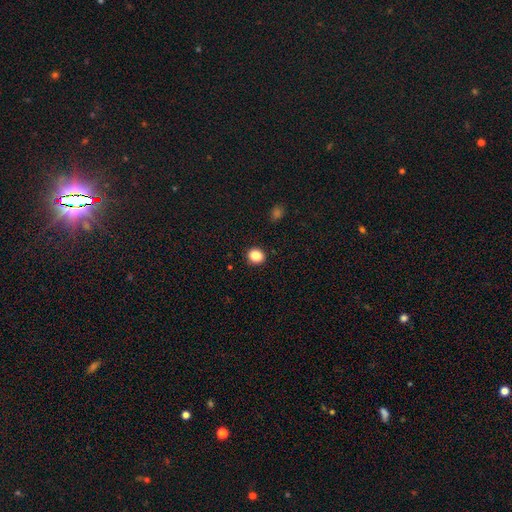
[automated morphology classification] smooth 86%, star or artifact 10%, featured or disk 4%. Down the decision tree: how rounded — round (77%); merging — none (92%).